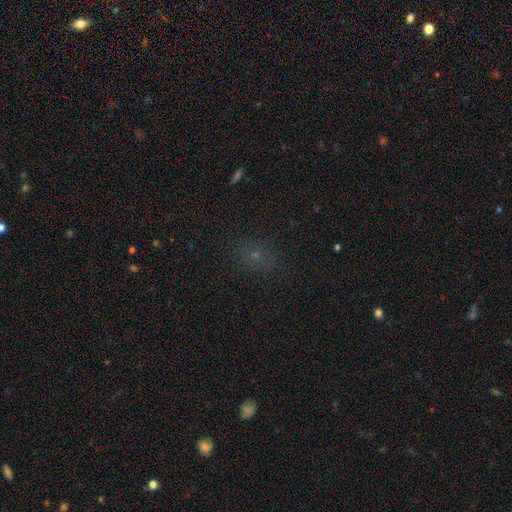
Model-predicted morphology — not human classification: Q: Smooth or featured?
A: smooth (52%); runner-up: star or artifact (37%)
Q: How rounded?
A: round (60%); runner-up: in between (38%)
Q: Merging?
A: none (81%); runner-up: minor disturbance (13%)